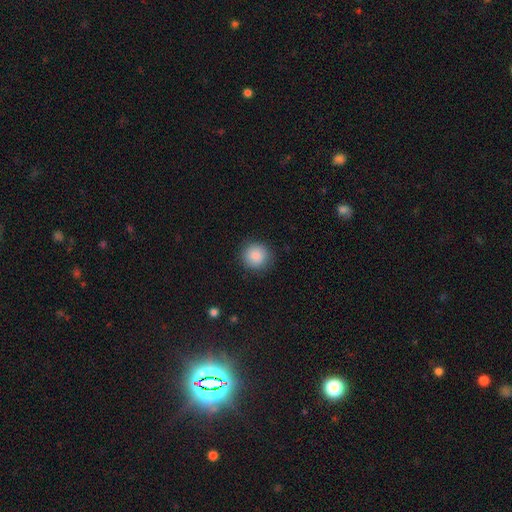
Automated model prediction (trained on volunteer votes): smooth_or_featured: smooth (p=0.87) [alt: star or artifact p=0.08]
how_rounded: round (p=0.92) [alt: in between p=0.07]
merging: none (p=0.88) [alt: minor disturbance p=0.08]